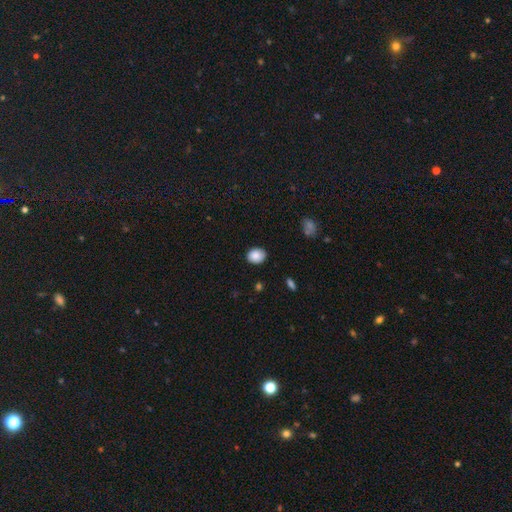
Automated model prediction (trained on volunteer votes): Smooth or featured? Predicted: smooth (p=0.87). How rounded? Predicted: round (p=0.54). Merging? Predicted: none (p=0.86).